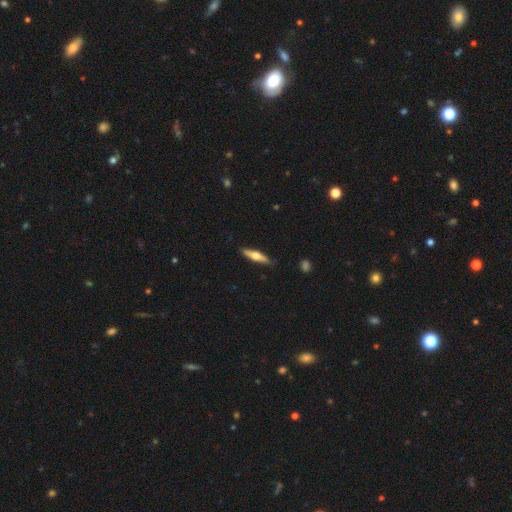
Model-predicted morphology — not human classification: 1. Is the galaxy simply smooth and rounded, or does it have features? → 50% featured or disk, 44% smooth, 5% star or artifact.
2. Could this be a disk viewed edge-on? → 93% yes, 7% no.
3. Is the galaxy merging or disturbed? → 87% none, 10% minor disturbance, 2% major disturbance, 1% merger.